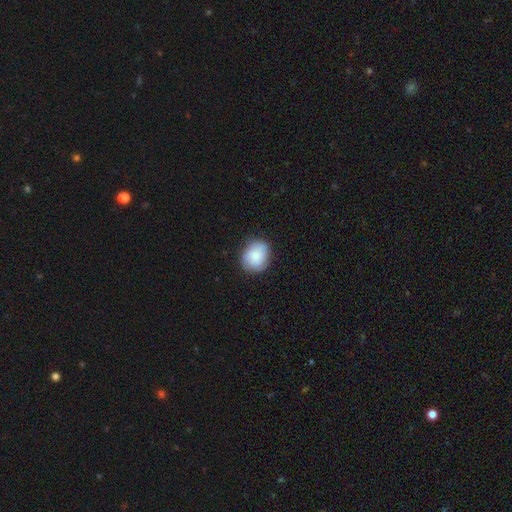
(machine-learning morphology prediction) smooth_or_featured: smooth (p=0.80) [alt: featured or disk p=0.13]
how_rounded: round (p=0.65) [alt: in between p=0.34]
merging: none (p=0.80) [alt: minor disturbance p=0.16]